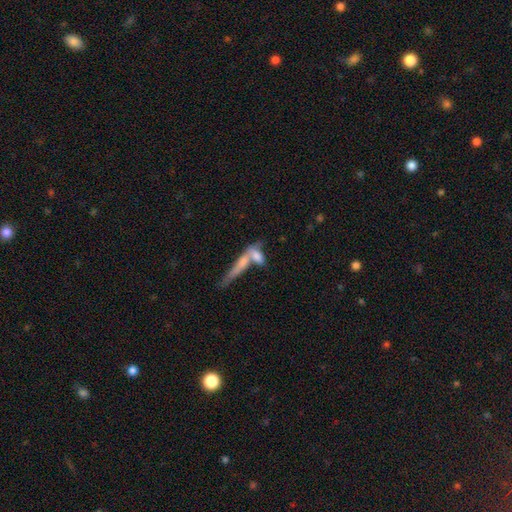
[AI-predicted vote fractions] Smooth or featured?
  - smooth: 63% *
  - featured or disk: 28%
  - star or artifact: 9%
How rounded?
  - cigar-shaped: 48% *
  - in between: 46%
  - round: 6%
Merging?
  - merger: 58% *
  - none: 24%
  - minor disturbance: 9%
  - major disturbance: 8%